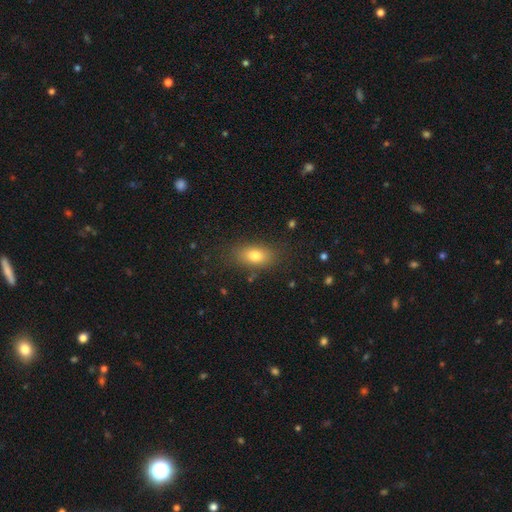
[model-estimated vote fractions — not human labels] Smooth or featured? smooth (79%)
How rounded? in between (86%)
Merging? none (81%)